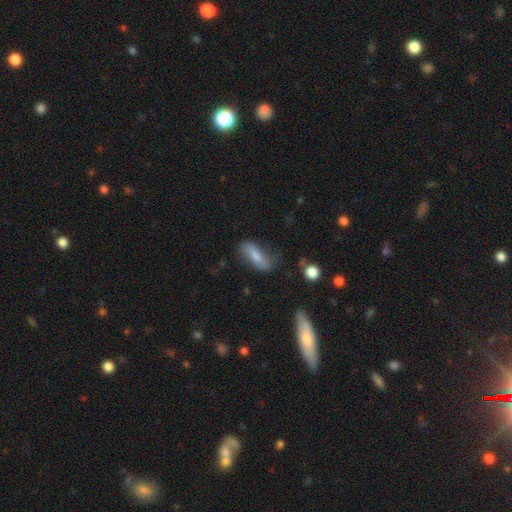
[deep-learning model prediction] This is possibly a smooth galaxy (58%). How rounded: likely in between (66%). Merging: possibly none (60%).